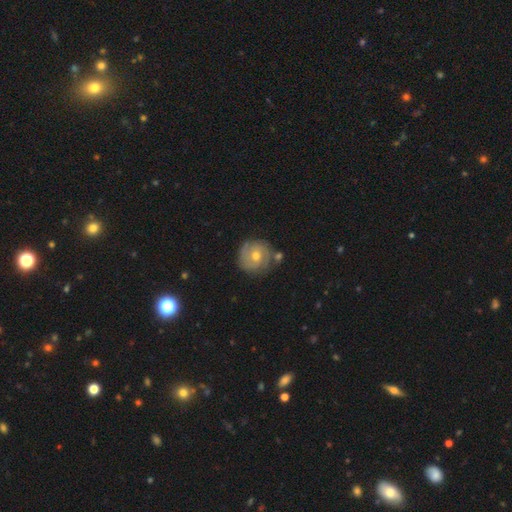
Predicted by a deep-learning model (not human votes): smooth-or-featured: featured or disk: 64% | smooth: 28% | star or artifact: 8%
  disk-edge-on: no: 97% | yes: 3%
    bar: no: 73% | weak: 23% | strong: 4%
    has-spiral-arms: yes: 82% | no: 18%
      spiral-winding: tight: 65% | medium: 27% | loose: 8%
      spiral-arm-count: 2: 50% | can't tell: 27% | 3: 12% | 1: 5% | 4: 3% | more than 4: 3%
    bulge-size: moderate: 71% | small: 24% | large: 3% | none: 1% | dominant: 1%
  merging: none: 74% | minor disturbance: 16% | merger: 6% | major disturbance: 4%